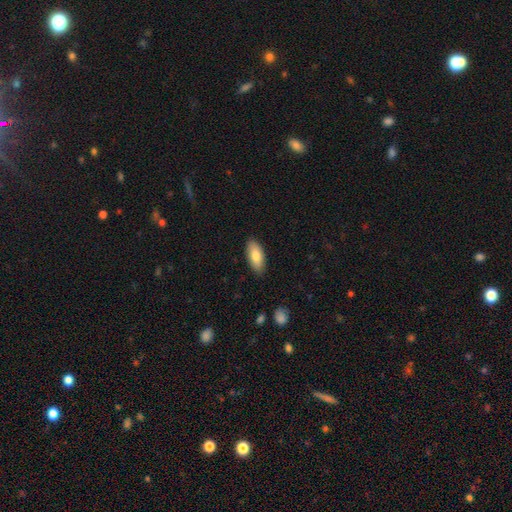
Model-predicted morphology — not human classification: A smooth galaxy with no disk features (80%) that is in between round and cigar-shaped (87%). Merging: none (86%).